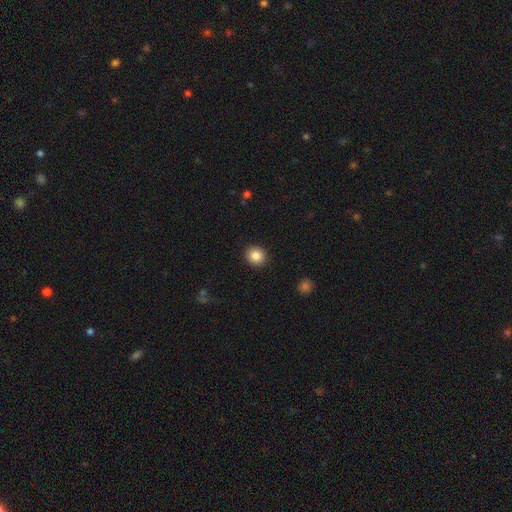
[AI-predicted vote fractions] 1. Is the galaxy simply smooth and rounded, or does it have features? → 86% smooth, 9% star or artifact, 5% featured or disk.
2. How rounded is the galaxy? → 87% round, 12% in between, 1% cigar-shaped.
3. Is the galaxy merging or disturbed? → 92% none, 5% minor disturbance, 2% major disturbance, 1% merger.